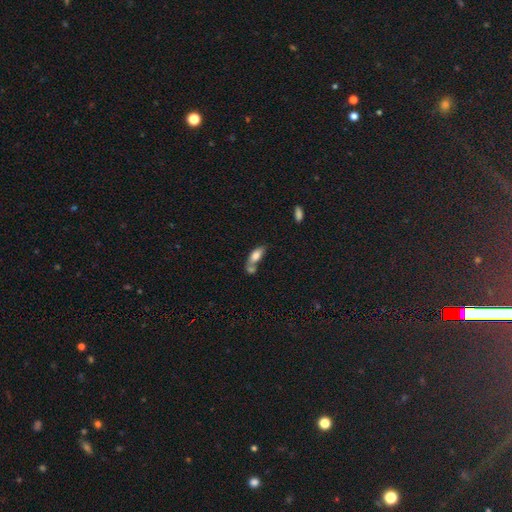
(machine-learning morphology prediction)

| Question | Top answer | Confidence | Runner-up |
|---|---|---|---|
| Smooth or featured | smooth | 75% | featured or disk (17%) |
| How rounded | in between | 80% | cigar-shaped (16%) |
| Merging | merger | 50% | none (30%) |